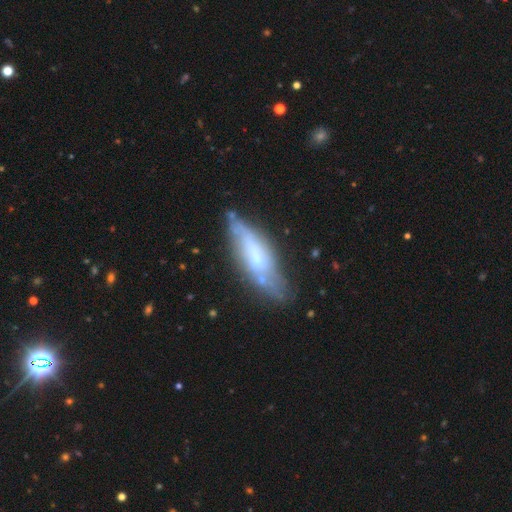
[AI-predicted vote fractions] Smooth or featured: featured or disk — 56% (smooth — 37%)
Edge-on disk: yes — 54% (no — 46%)
Merging: none — 62% (minor disturbance — 24%)